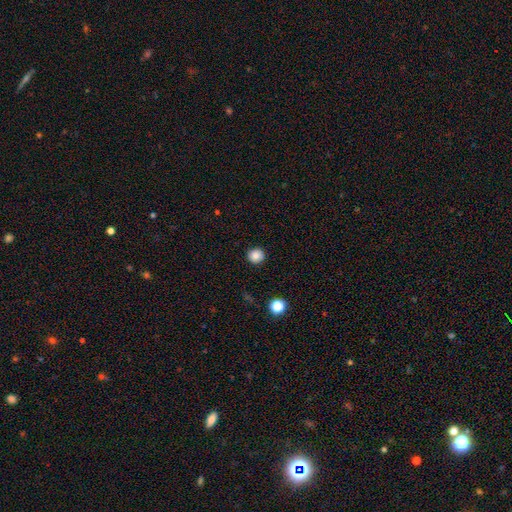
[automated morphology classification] This appears to be a smooth galaxy with no disk features (85%) that is round (93%). Merging: none (91%).